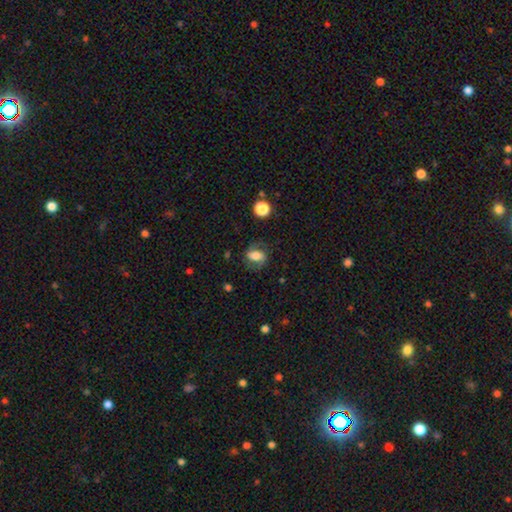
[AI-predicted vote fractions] smooth_or_featured: smooth (p=0.52) [alt: featured or disk p=0.38]
how_rounded: in between (p=0.68) [alt: round p=0.30]
merging: none (p=0.70) [alt: minor disturbance p=0.18]